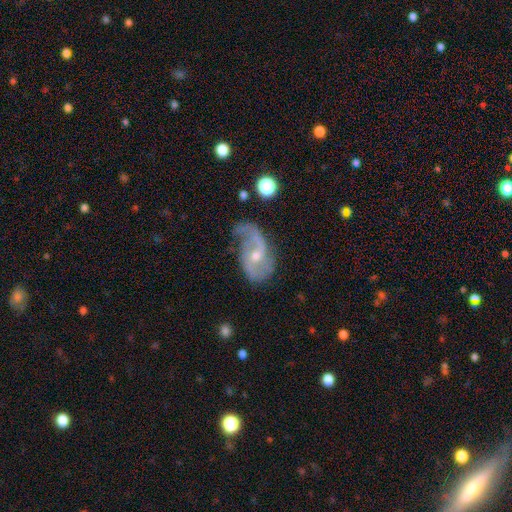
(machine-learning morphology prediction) Q: Smooth or featured?
A: featured or disk (83%); runner-up: smooth (10%)
Q: Edge-on disk?
A: no (96%); runner-up: yes (4%)
Q: Bar?
A: no (47%); runner-up: weak (42%)
Q: Spiral arms?
A: yes (93%); runner-up: no (7%)
Q: Spiral winding?
A: loose (56%); runner-up: medium (33%)
Q: Spiral arm count?
A: 2 (77%); runner-up: 1 (13%)
Q: Bulge size?
A: small (55%); runner-up: moderate (41%)
Q: Merging?
A: none (47%); runner-up: minor disturbance (28%)